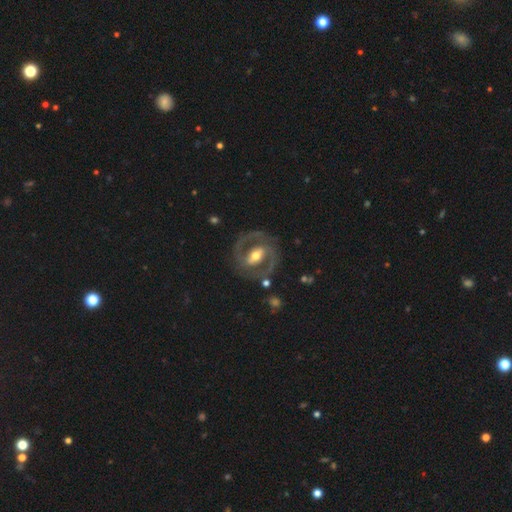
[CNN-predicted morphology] Q: Smooth or featured?
A: featured or disk (86%); runner-up: smooth (9%)
Q: Edge-on disk?
A: no (97%); runner-up: yes (3%)
Q: Bar?
A: strong (51%); runner-up: weak (34%)
Q: Spiral arms?
A: yes (90%); runner-up: no (10%)
Q: Spiral winding?
A: medium (54%); runner-up: tight (34%)
Q: Spiral arm count?
A: 2 (91%); runner-up: can't tell (3%)
Q: Bulge size?
A: moderate (70%); runner-up: small (16%)
Q: Merging?
A: none (80%); runner-up: minor disturbance (12%)